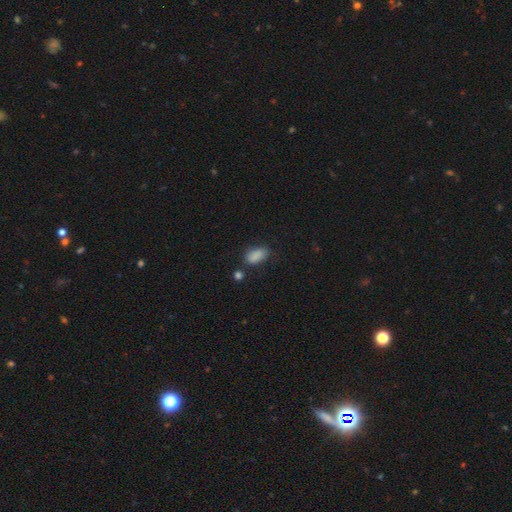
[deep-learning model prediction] smooth 87%, star or artifact 9%, featured or disk 4%. Down the decision tree: how rounded — in between (90%); merging — none (66%).